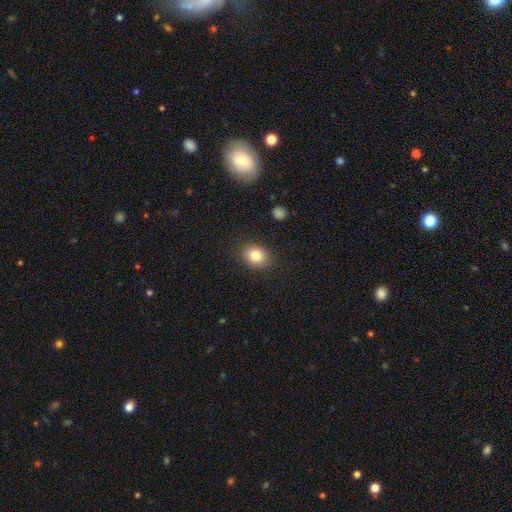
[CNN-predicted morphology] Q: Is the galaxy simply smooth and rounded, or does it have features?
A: smooth — 82%.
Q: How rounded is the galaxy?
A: in between — 52%.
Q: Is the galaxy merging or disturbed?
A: none — 88%.